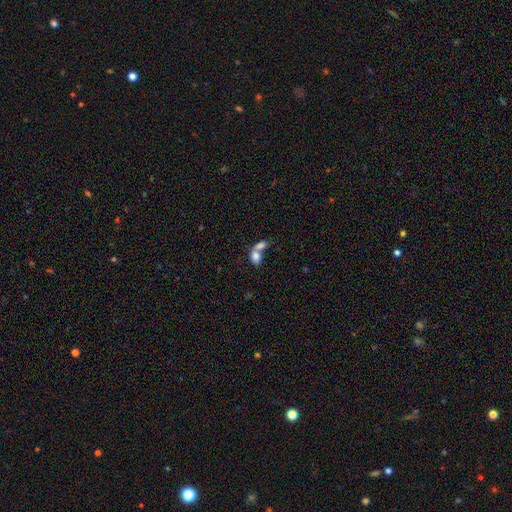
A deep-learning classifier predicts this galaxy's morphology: smooth-or-featured: smooth: 79% | featured or disk: 13% | star or artifact: 8%
  how-rounded: in between: 80% | round: 18% | cigar-shaped: 2%
  merging: merger: 69% | none: 20% | minor disturbance: 6% | major disturbance: 5%